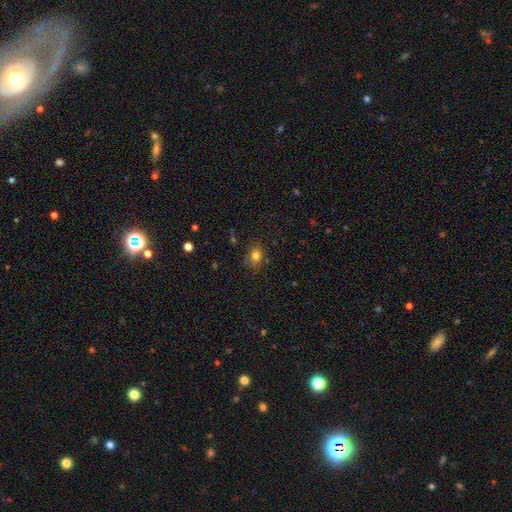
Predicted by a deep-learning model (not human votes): Morphology: type=smooth (77%); roundness=round (62%); merging=none (76%).